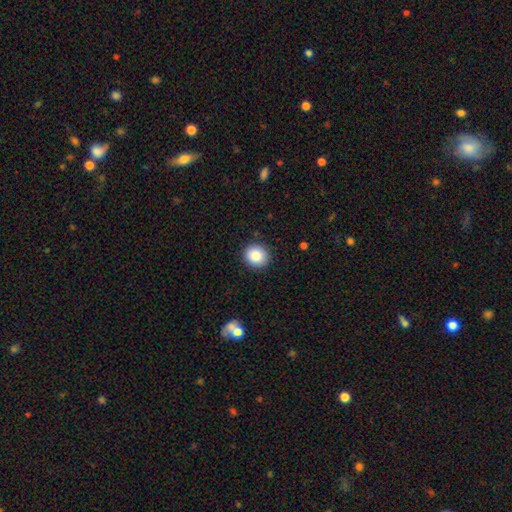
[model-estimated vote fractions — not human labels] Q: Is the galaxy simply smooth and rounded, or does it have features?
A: smooth — 86%.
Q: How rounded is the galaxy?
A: round — 85%.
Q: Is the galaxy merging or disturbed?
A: none — 90%.